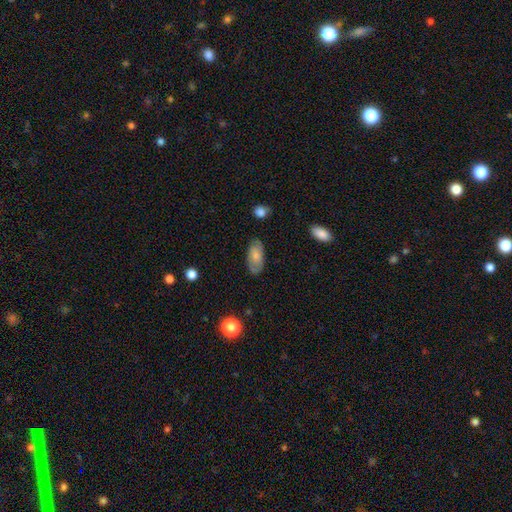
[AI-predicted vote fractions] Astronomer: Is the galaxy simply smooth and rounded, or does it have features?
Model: smooth — 61%.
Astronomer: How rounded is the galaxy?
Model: in between — 92%.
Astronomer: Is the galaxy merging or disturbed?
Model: none — 78%.